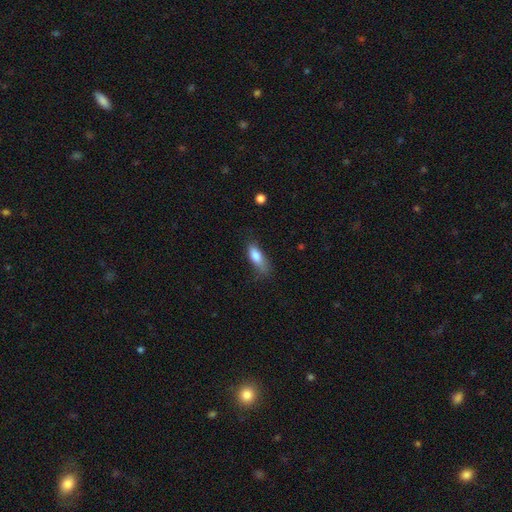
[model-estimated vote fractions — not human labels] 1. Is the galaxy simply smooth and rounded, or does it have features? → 79% smooth, 14% featured or disk, 7% star or artifact.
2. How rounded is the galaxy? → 66% in between, 31% cigar-shaped, 3% round.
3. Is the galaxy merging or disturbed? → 54% none, 31% minor disturbance, 12% major disturbance, 2% merger.